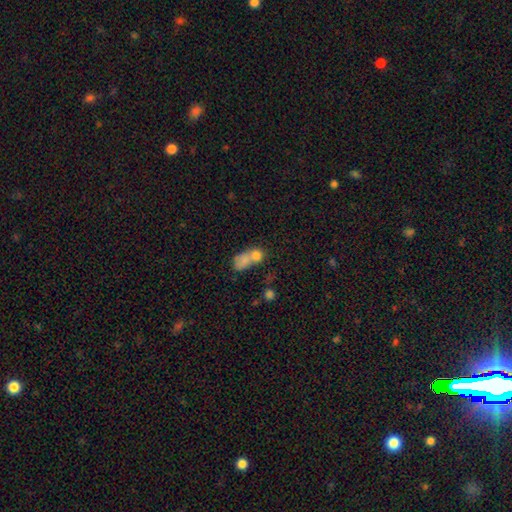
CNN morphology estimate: smooth-or-featured: smooth: 73% | featured or disk: 15% | star or artifact: 11%
  how-rounded: in between: 53% | round: 44% | cigar-shaped: 3%
  merging: merger: 63% | none: 21% | minor disturbance: 8% | major disturbance: 7%